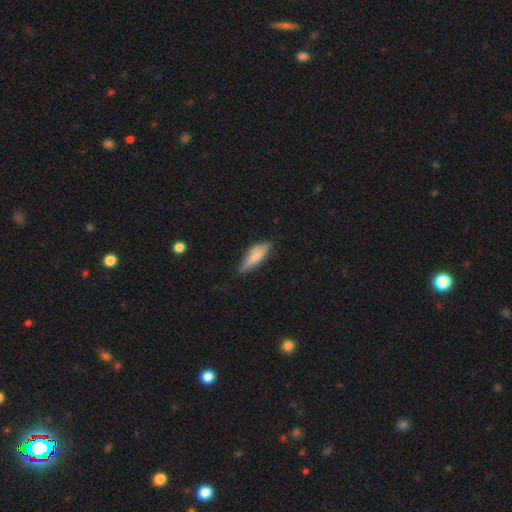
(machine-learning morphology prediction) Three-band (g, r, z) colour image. It shows a smooth galaxy with no disk features (65%) that is cigar-shaped (55%). Merging: none (73%).